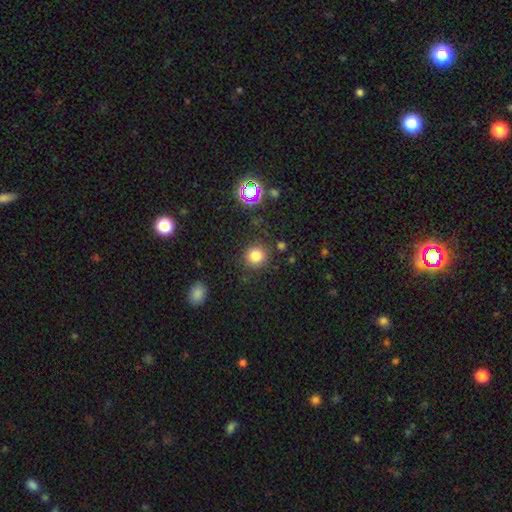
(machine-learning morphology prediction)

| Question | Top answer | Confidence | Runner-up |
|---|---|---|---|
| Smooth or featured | smooth | 78% | star or artifact (16%) |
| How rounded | round | 89% | in between (10%) |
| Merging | none | 85% | minor disturbance (9%) |